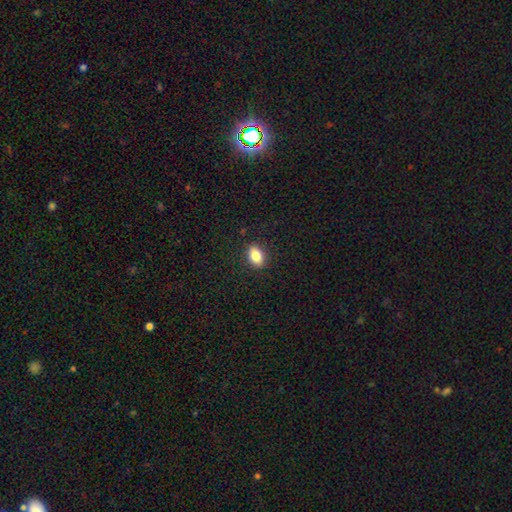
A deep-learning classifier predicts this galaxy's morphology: Smooth or featured?
  - smooth: 85% *
  - star or artifact: 9%
  - featured or disk: 7%
How rounded?
  - in between: 83% *
  - round: 14%
  - cigar-shaped: 2%
Merging?
  - none: 88% *
  - minor disturbance: 9%
  - major disturbance: 2%
  - merger: 1%